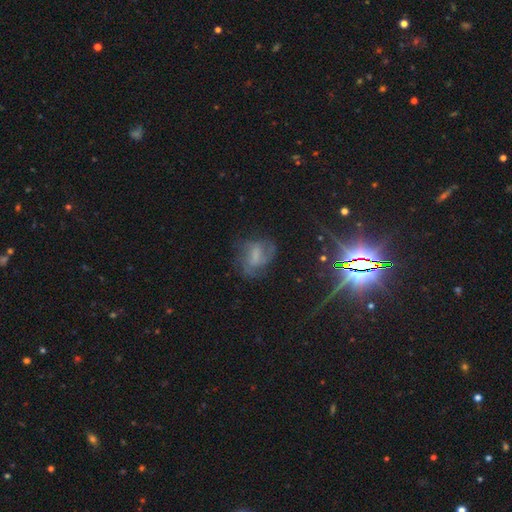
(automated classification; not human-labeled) Q: Smooth or featured?
A: featured or disk (47%); runner-up: smooth (34%)
Q: Merging?
A: none (52%); runner-up: minor disturbance (24%)